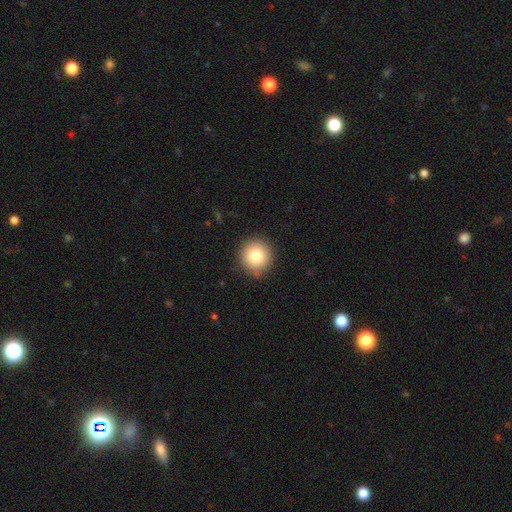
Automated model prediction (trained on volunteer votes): This is clearly a smooth galaxy (80%). How rounded: clearly round (93%). Merging: clearly none (88%).